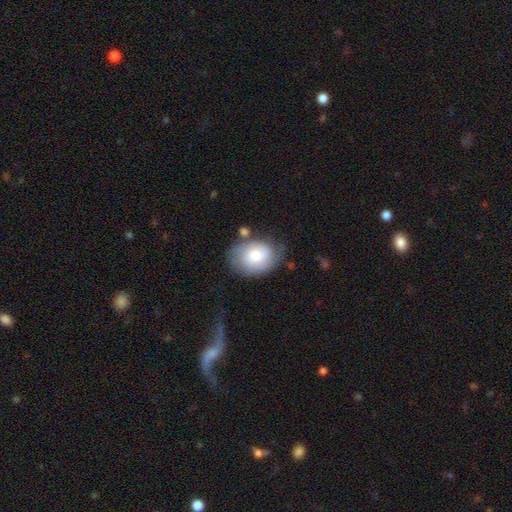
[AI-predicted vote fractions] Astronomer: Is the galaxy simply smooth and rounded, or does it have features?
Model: smooth — 63%.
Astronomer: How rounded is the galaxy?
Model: in between — 61% (runner-up: round, 38%).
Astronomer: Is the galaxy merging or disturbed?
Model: none — 58%.